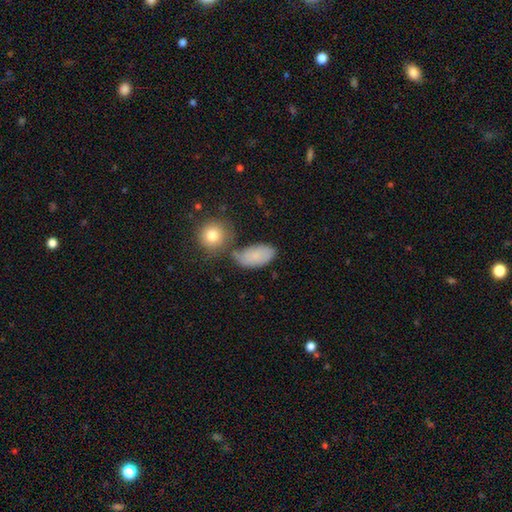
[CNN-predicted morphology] Smooth or featured?
  - smooth: 78% *
  - featured or disk: 14%
  - star or artifact: 8%
How rounded?
  - in between: 90% *
  - round: 7%
  - cigar-shaped: 3%
Merging?
  - none: 56% *
  - minor disturbance: 22%
  - merger: 14%
  - major disturbance: 7%